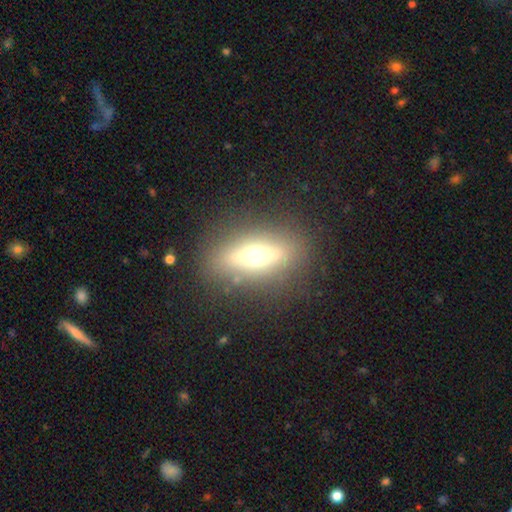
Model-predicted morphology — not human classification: type=featured or disk (54%); edge-on=yes (76%); merging=none (85%).